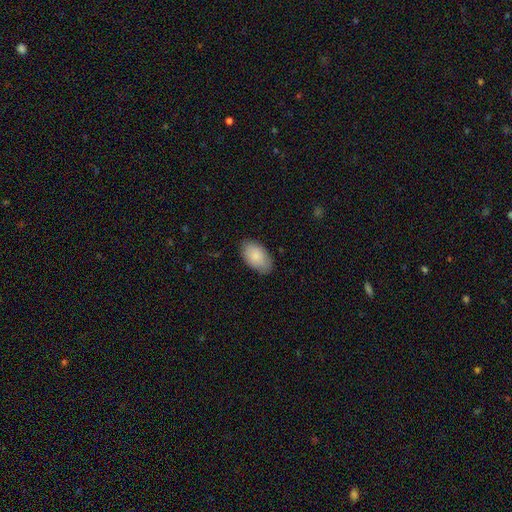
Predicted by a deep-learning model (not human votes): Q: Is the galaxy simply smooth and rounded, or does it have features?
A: smooth — 85%.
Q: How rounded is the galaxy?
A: in between — 94%.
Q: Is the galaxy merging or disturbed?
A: none — 83%.